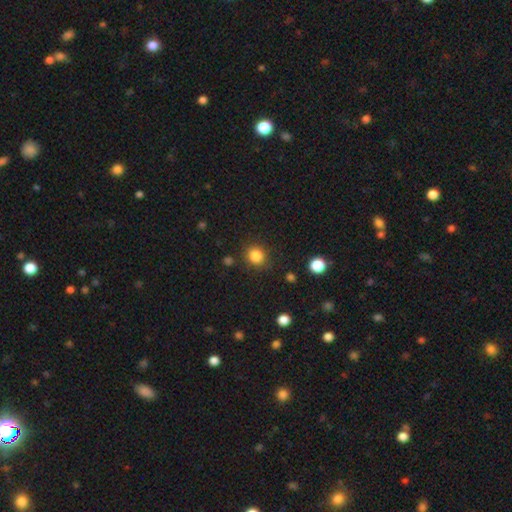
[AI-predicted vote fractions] smooth-or-featured: smooth: 84% | star or artifact: 11% | featured or disk: 4%
  how-rounded: round: 84% | in between: 15% | cigar-shaped: 1%
  merging: none: 85% | minor disturbance: 9% | major disturbance: 3% | merger: 2%